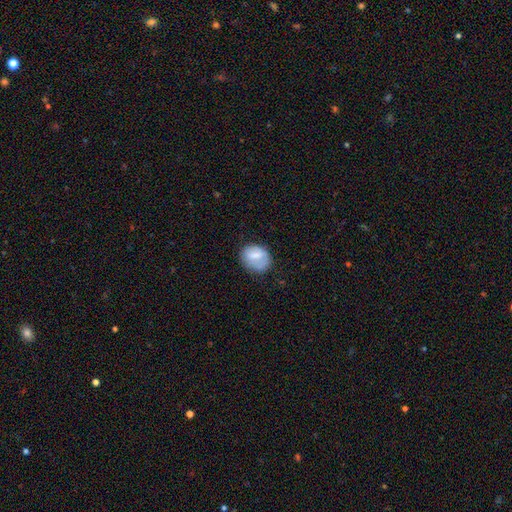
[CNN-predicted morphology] type=smooth (69%); roundness=round (49%, tied with in between); merging=none (61%).